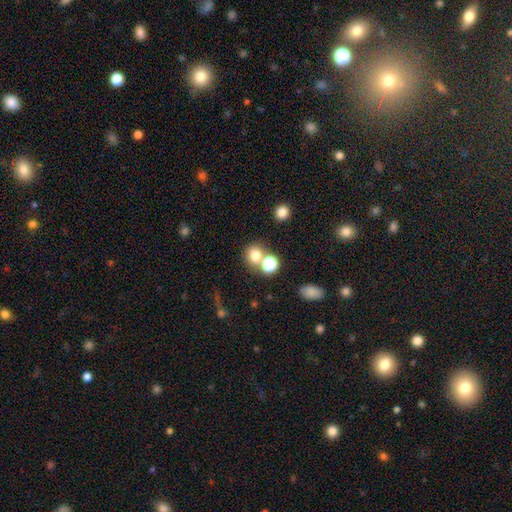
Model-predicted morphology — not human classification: A smooth galaxy with no disk features (73%) that is round (78%).

Vote fractions:
- Smooth or featured? smooth: 73% / star or artifact: 18% / featured or disk: 9%
- How rounded? round: 78% / in between: 21% / cigar-shaped: 1%
- Merging? none: 58% / merger: 28% / minor disturbance: 9% / major disturbance: 4%